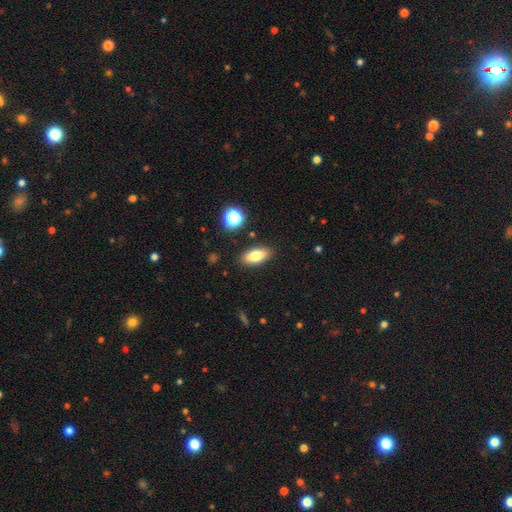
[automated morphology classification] A smooth galaxy with no disk features (76%) that is in between round and cigar-shaped (81%).

Vote fractions:
- Smooth or featured? smooth: 76% / featured or disk: 15% / star or artifact: 9%
- How rounded? in between: 81% / cigar-shaped: 15% / round: 4%
- Merging? none: 87% / minor disturbance: 9% / major disturbance: 2% / merger: 2%